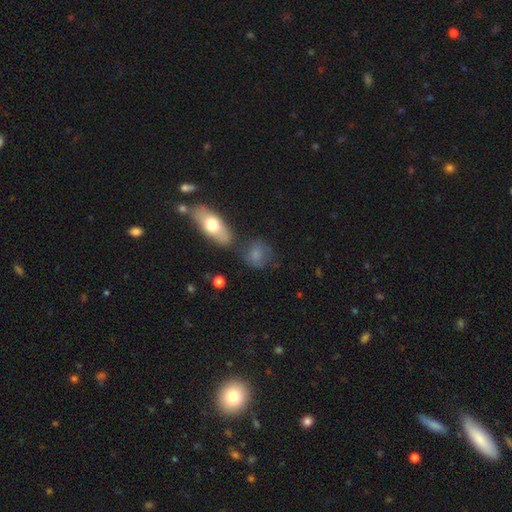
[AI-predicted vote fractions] Smooth or featured? Predicted: smooth (p=0.57). How rounded? Predicted: in between (p=0.49). Merging? Predicted: none (p=0.62).